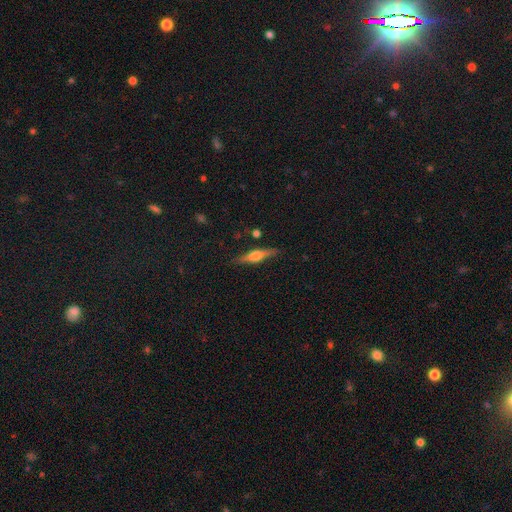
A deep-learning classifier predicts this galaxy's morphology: The model was most divided on "smooth or featured": featured or disk: 64%, smooth: 30%, star or artifact: 6%. More confident: edge-on disk — yes (96%); edge-on bulge — rounded (90%); merging — none (85%).